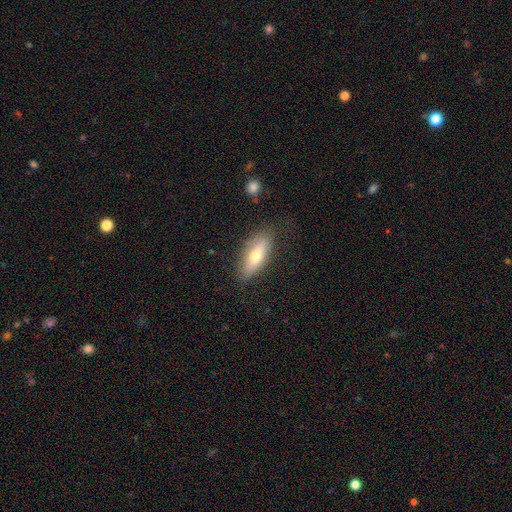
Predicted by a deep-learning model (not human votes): smooth_or_featured: smooth (p=0.59) [alt: featured or disk p=0.34]
how_rounded: in between (p=0.63) [alt: cigar-shaped p=0.34]
merging: none (p=0.79) [alt: minor disturbance p=0.15]